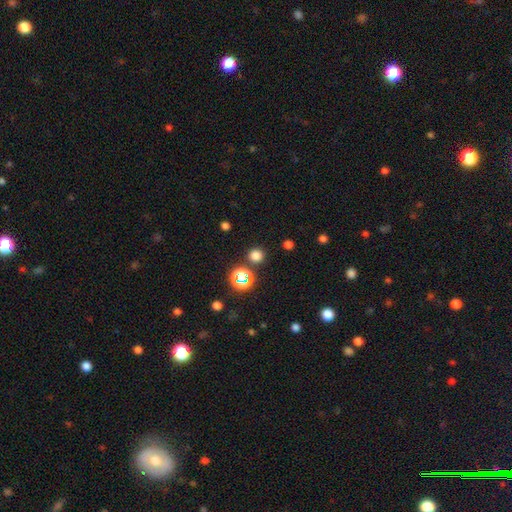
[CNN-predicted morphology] Smooth or featured?
  - smooth: 75% *
  - star or artifact: 21%
  - featured or disk: 5%
How rounded?
  - round: 92% *
  - in between: 7%
  - cigar-shaped: 1%
Merging?
  - none: 87% *
  - minor disturbance: 6%
  - merger: 4%
  - major disturbance: 3%